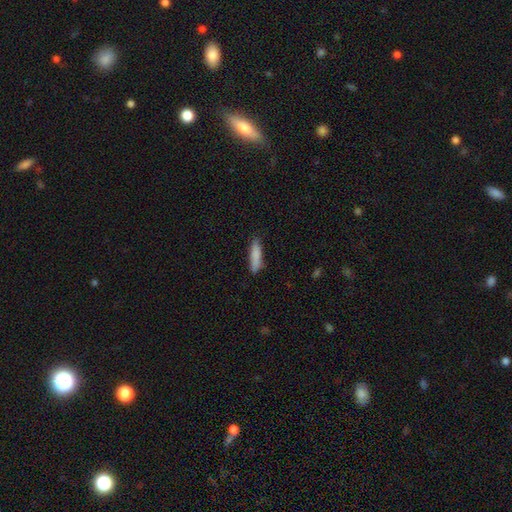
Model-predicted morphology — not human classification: Smooth or featured? Predicted: smooth (p=0.85). How rounded? Predicted: cigar-shaped (p=0.72). Merging? Predicted: none (p=0.80).